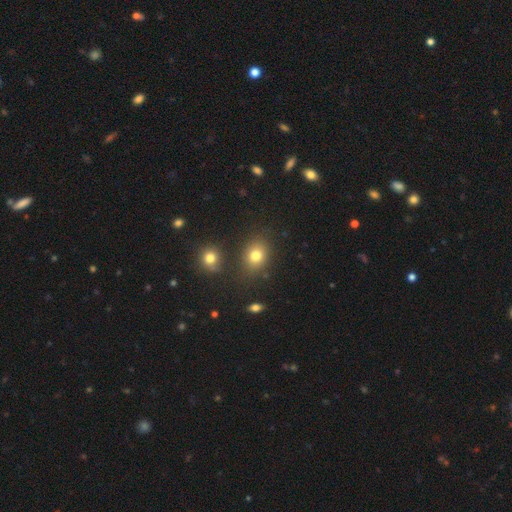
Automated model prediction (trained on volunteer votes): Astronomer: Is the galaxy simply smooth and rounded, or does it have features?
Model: smooth — 79%.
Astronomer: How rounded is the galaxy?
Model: round — 51% (runner-up: in between, 48%).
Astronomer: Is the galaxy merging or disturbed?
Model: none — 77%.